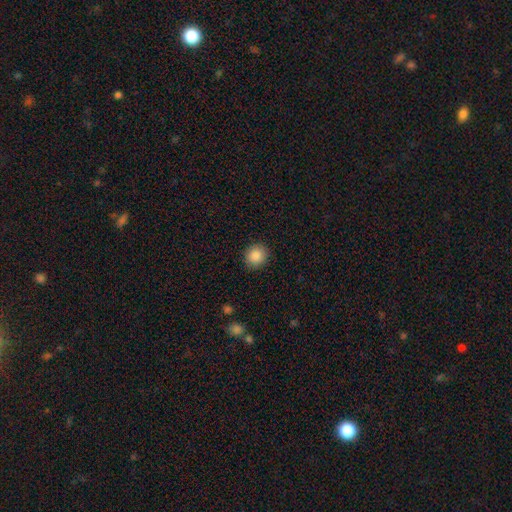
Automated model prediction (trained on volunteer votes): Smooth or featured?
  - smooth: 87% *
  - star or artifact: 9%
  - featured or disk: 4%
How rounded?
  - round: 85% *
  - in between: 14%
  - cigar-shaped: 1%
Merging?
  - none: 90% *
  - minor disturbance: 7%
  - major disturbance: 2%
  - merger: 1%